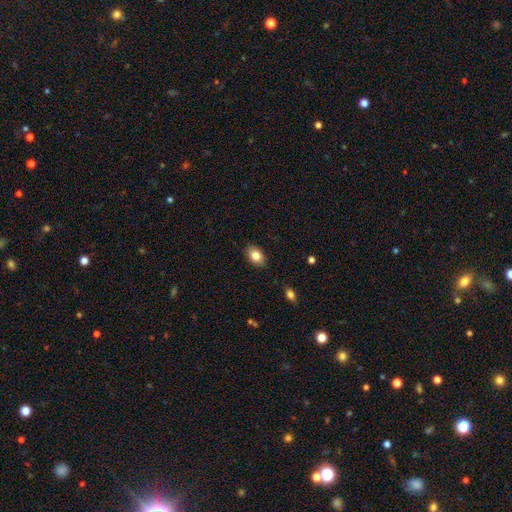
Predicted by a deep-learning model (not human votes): Q: Smooth or featured?
A: smooth (83%); runner-up: featured or disk (9%)
Q: How rounded?
A: in between (86%); runner-up: round (13%)
Q: Merging?
A: none (88%); runner-up: minor disturbance (9%)